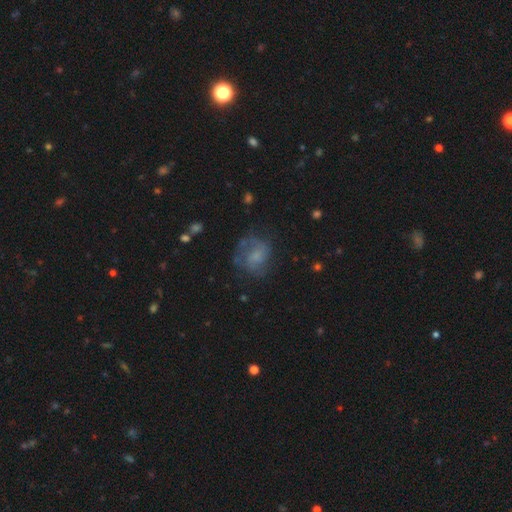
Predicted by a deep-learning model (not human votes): featured or disk 50%, smooth 38%, star or artifact 12%. Down the decision tree: edge-on disk — no (97%); merging — none (59%).